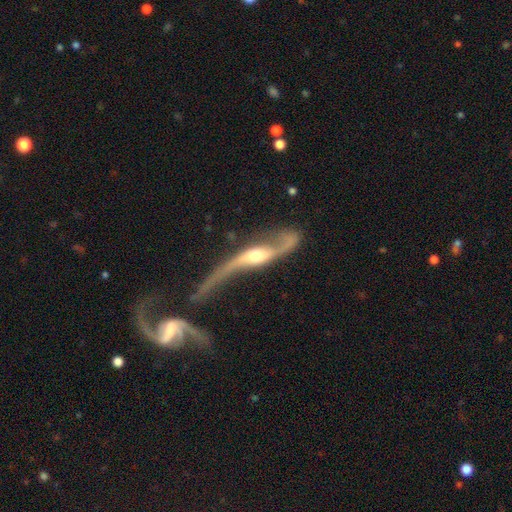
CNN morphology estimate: Smooth or featured?
  - featured or disk: 85% *
  - smooth: 9%
  - star or artifact: 5%
Edge-on disk?
  - no: 72% *
  - yes: 28%
Bar?
  - no: 48% *
  - weak: 30%
  - strong: 22%
Spiral arms?
  - yes: 91% *
  - no: 9%
Spiral winding?
  - loose: 89% *
  - medium: 8%
  - tight: 3%
Spiral arm count?
  - 2: 89% *
  - 1: 6%
  - can't tell: 3%
  - 3: 1%
  - 4: 1%
  - more than 4: 1%
Bulge size?
  - moderate: 64% *
  - small: 20%
  - large: 11%
  - none: 2%
  - dominant: 2%
Merging?
  - none: 38% *
  - major disturbance: 29%
  - minor disturbance: 19%
  - merger: 14%